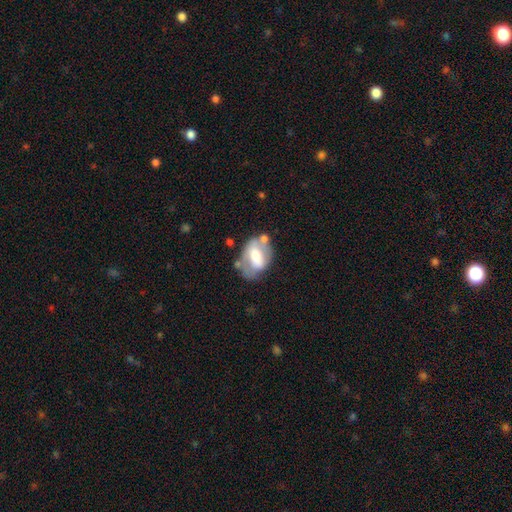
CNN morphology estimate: featured or disk 53%, smooth 40%, star or artifact 7%. Down the decision tree: edge-on disk — no (93%); merging — none (51%).